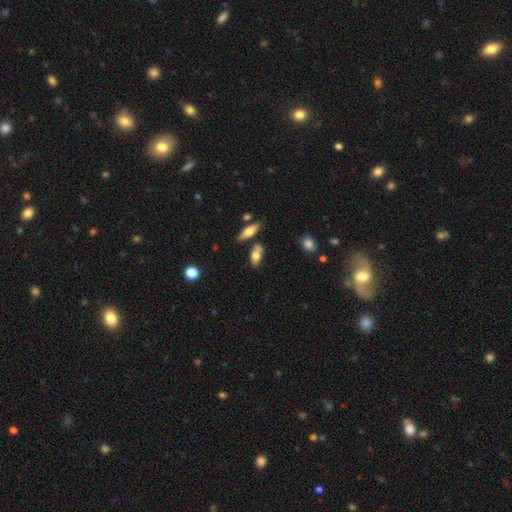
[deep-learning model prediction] Smooth or featured? Predicted: smooth (p=0.72). How rounded? Predicted: in between (p=0.80). Merging? Predicted: none (p=0.62).